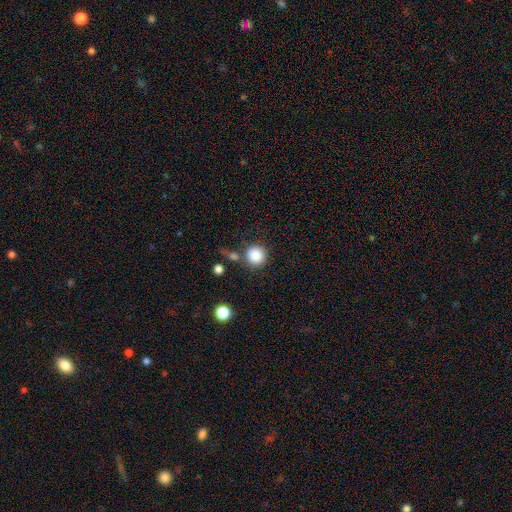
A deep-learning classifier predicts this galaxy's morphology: The model was most divided on "merging": none: 73%, minor disturbance: 12%, merger: 10%, major disturbance: 5%. More confident: how rounded — round (94%); smooth or featured — smooth (87%).